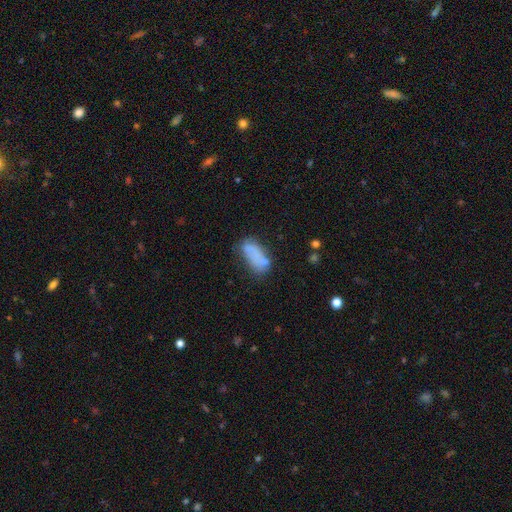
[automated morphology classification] type=smooth (70%); roundness=in between (84%); merging=none (46%).